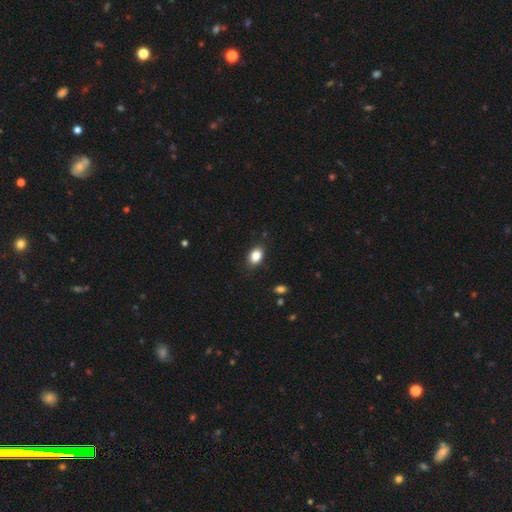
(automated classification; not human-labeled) Smooth or featured?
  - smooth: 86% *
  - star or artifact: 9%
  - featured or disk: 5%
How rounded?
  - in between: 79% *
  - round: 20%
  - cigar-shaped: 1%
Merging?
  - none: 85% *
  - minor disturbance: 12%
  - major disturbance: 3%
  - merger: 1%